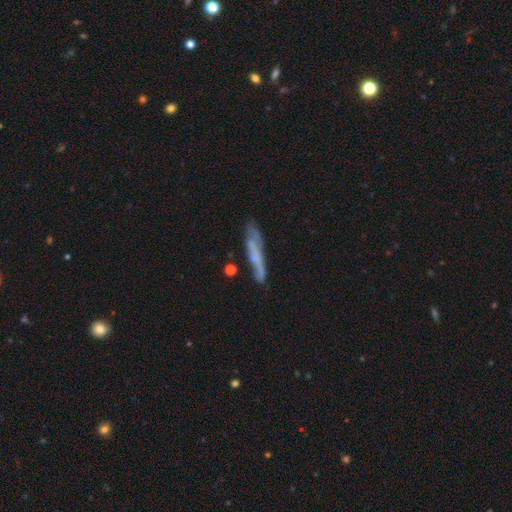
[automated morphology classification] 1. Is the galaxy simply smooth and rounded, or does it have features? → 49% featured or disk, 42% smooth, 8% star or artifact.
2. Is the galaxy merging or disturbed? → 63% none, 23% minor disturbance, 8% major disturbance, 5% merger.